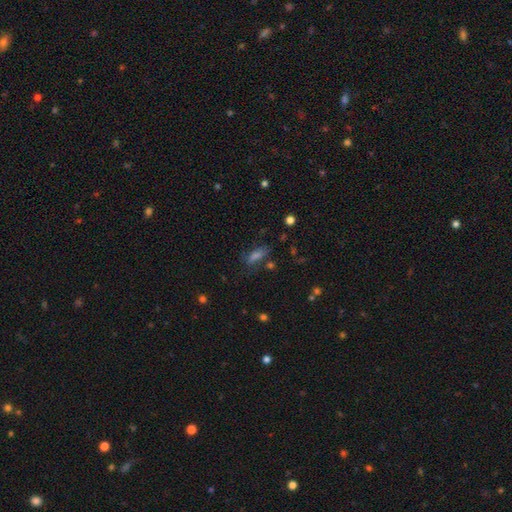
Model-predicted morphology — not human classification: Overall: smooth (52%; star or artifact 27%). How rounded: in between (54%; cigar-shaped 39%). Merging: none (68%).